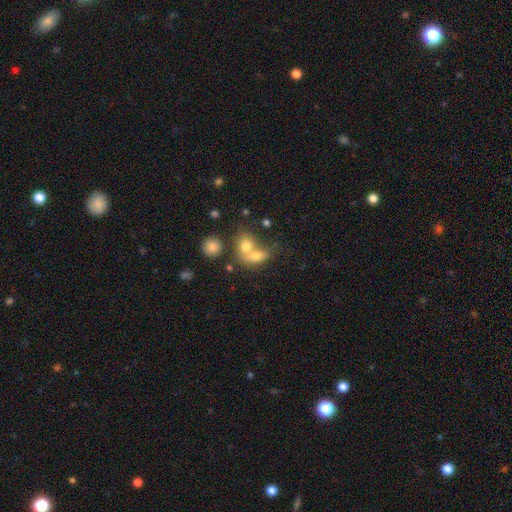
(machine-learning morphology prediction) Smooth or featured: smooth — 72% (featured or disk — 18%)
How rounded: in between — 70% (round — 26%)
Merging: merger — 66% (none — 23%)